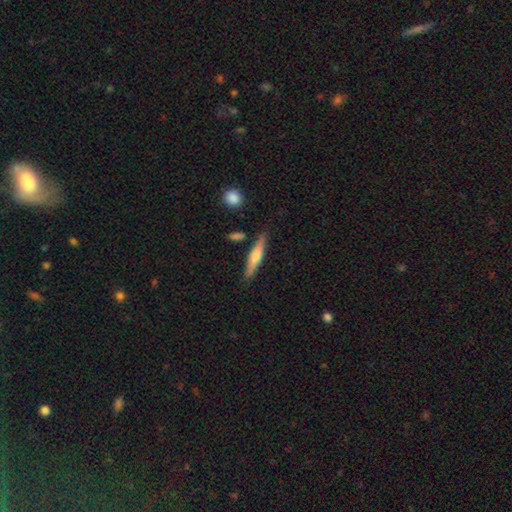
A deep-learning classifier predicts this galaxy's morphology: A smooth galaxy with no disk features (47%, tied with featured or disk).

Vote fractions:
- Smooth or featured? smooth: 47% (tied) / featured or disk: 47% (tied) / star or artifact: 6%
- Merging? none: 83% / minor disturbance: 11% / merger: 4% / major disturbance: 2%